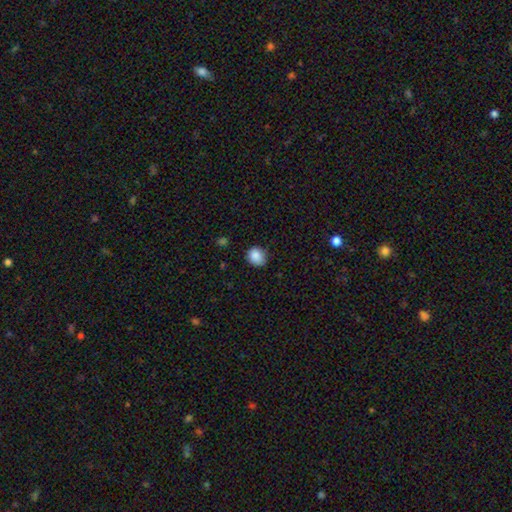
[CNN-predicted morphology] Overall: smooth (86%). How rounded: round (65%; in between 34%). Merging: none (73%).